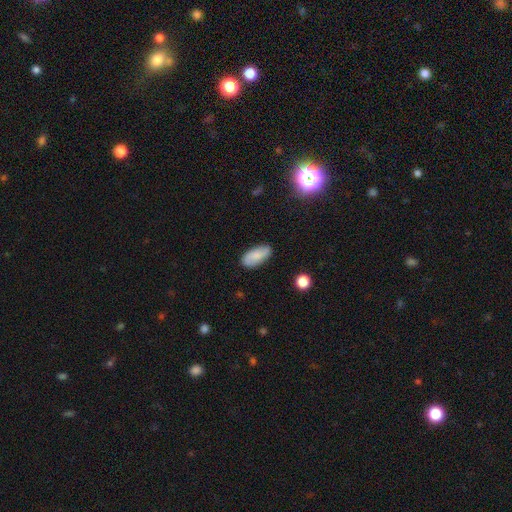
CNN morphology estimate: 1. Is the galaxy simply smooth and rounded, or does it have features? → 68% smooth, 24% featured or disk, 8% star or artifact.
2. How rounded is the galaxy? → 90% in between, 7% cigar-shaped, 3% round.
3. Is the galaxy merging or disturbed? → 83% none, 13% minor disturbance, 3% major disturbance, 1% merger.